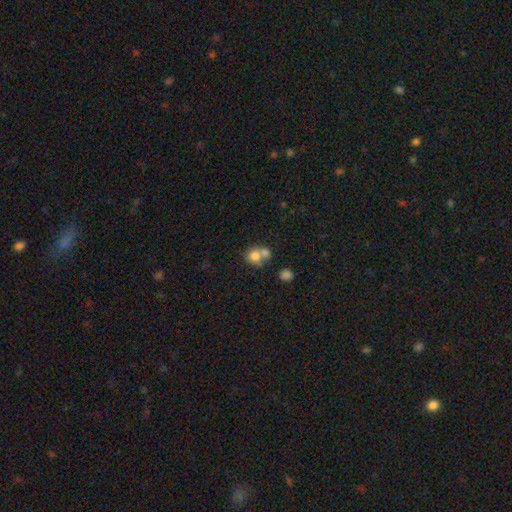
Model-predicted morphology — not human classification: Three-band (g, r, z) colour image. It shows a smooth galaxy with no disk features (78%) that is round (77%). Merging: merger (51%).